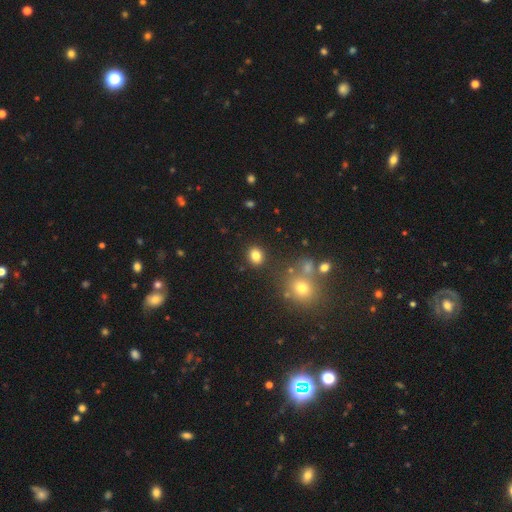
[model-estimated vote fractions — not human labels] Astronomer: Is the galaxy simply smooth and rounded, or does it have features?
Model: smooth — 81%.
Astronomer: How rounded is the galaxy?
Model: round — 66%.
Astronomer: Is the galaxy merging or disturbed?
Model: none — 86%.